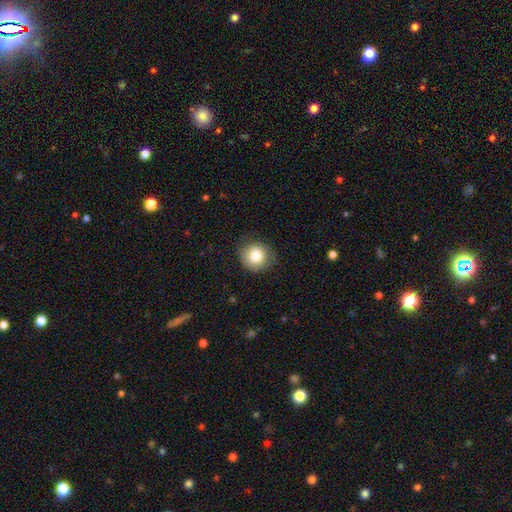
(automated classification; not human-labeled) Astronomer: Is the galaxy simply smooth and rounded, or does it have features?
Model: smooth — 80%.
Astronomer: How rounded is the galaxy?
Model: round — 87%.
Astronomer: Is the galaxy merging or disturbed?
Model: none — 82%.